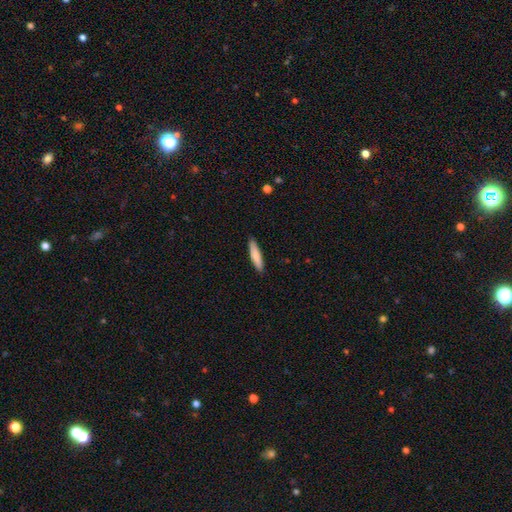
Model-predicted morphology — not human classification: smooth_or_featured: smooth (p=0.80) [alt: featured or disk p=0.15]
how_rounded: cigar-shaped (p=0.83) [alt: in between p=0.16]
merging: none (p=0.90) [alt: minor disturbance p=0.08]